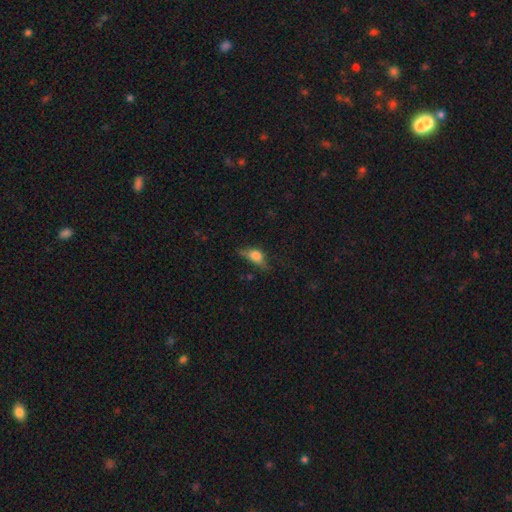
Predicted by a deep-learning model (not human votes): smooth-or-featured: smooth: 65% | featured or disk: 24% | star or artifact: 12%
  how-rounded: in between: 69% | round: 19% | cigar-shaped: 13%
  merging: none: 40% | minor disturbance: 32% | major disturbance: 25% | merger: 3%